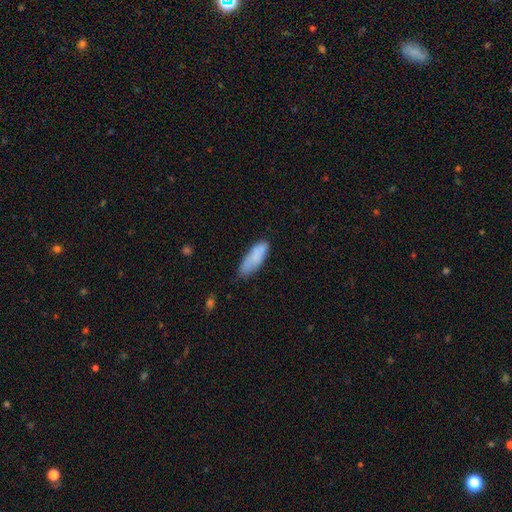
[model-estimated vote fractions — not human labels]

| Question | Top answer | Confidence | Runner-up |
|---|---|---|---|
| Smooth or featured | smooth | 82% | featured or disk (11%) |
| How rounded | in between | 65% | cigar-shaped (34%) |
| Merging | none | 61% | minor disturbance (29%) |